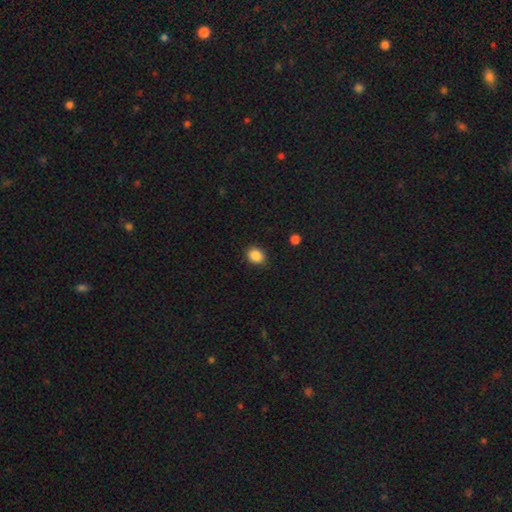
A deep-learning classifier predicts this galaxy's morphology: Smooth or featured? smooth (87%)
How rounded? round (56%)
Merging? none (88%)